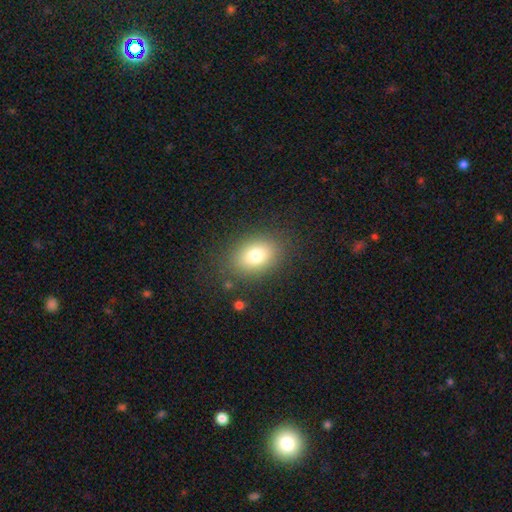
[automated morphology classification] smooth-or-featured: smooth: 78% | star or artifact: 11% | featured or disk: 11%
  how-rounded: in between: 71% | round: 27% | cigar-shaped: 1%
  merging: none: 84% | minor disturbance: 10% | major disturbance: 4% | merger: 1%